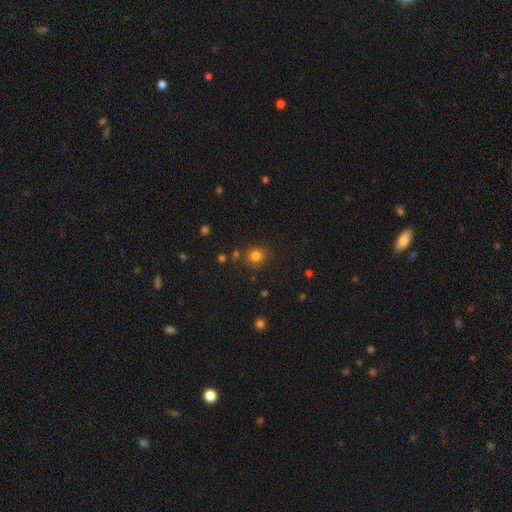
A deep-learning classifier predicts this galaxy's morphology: This appears to be a smooth galaxy with no disk features (80%) that is round (84%). Merging: none (78%).